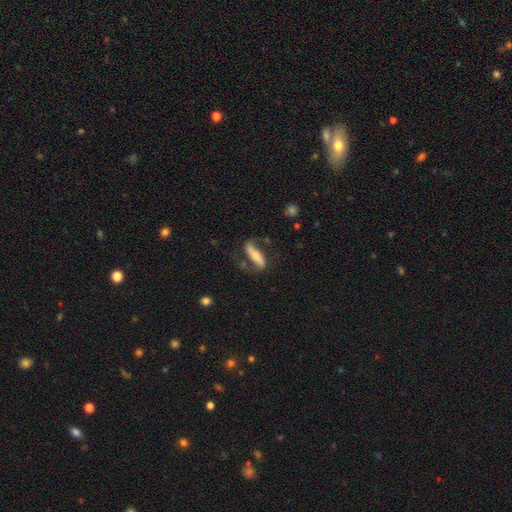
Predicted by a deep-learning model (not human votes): A featured or disk galaxy (60%). Merging: none (63%).